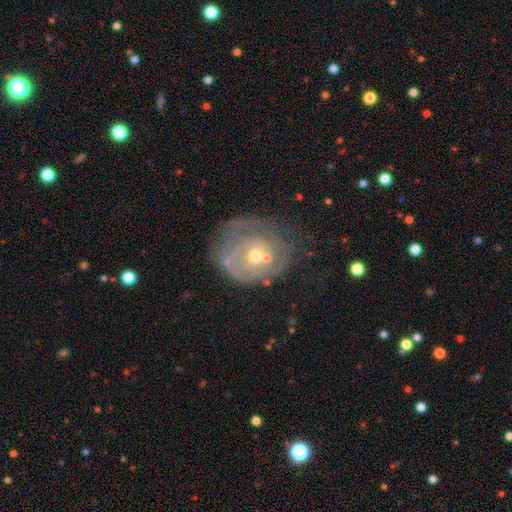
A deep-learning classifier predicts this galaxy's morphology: Smooth or featured: featured or disk — 71% (smooth — 20%)
Edge-on disk: no — 97% (yes — 3%)
Bar: no — 81% (weak — 16%)
Spiral arms: yes — 61% (no — 39%)
Bulge size: moderate — 54% (small — 42%)
Merging: none — 53% (minor disturbance — 24%)